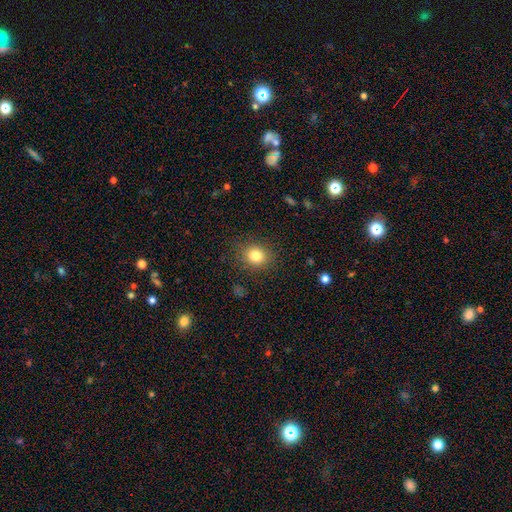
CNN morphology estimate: Overall: smooth (81%). How rounded: round (69%; in between 31%). Merging: none (86%).